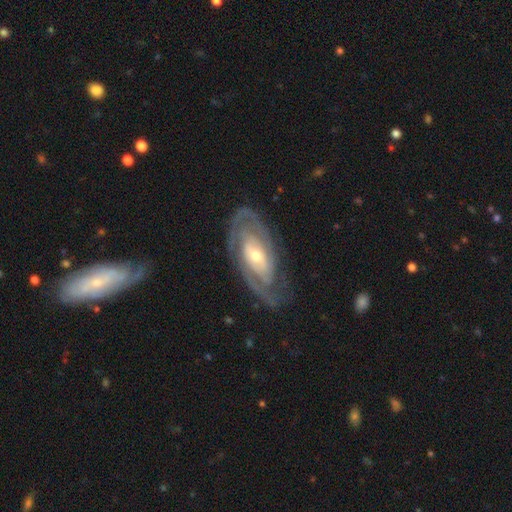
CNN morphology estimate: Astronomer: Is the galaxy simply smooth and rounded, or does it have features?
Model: featured or disk — 87%.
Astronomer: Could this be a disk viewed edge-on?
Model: no — 94%.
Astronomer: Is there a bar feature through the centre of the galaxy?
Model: no — 55% (runner-up: weak, 31%).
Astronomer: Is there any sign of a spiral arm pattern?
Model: yes — 92%.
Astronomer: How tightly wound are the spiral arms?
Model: tight — 63%.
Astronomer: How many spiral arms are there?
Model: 2 — 61%.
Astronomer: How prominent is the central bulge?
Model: moderate — 53% (runner-up: small, 42%).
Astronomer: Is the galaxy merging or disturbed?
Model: none — 76%.